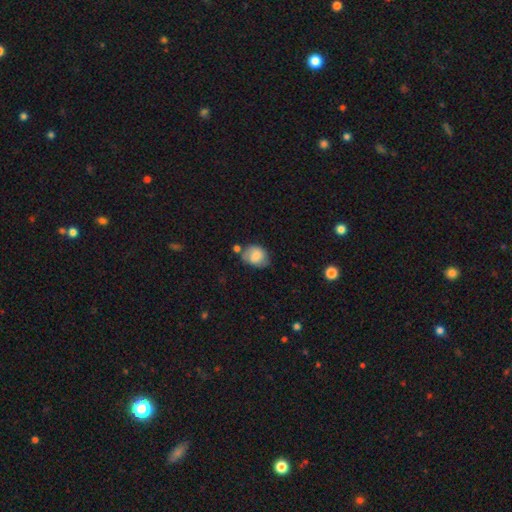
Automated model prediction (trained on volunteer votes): A smooth galaxy with no disk features (69%) that is in between round and cigar-shaped (57%).

Vote fractions:
- Smooth or featured? smooth: 69% / featured or disk: 23% / star or artifact: 8%
- How rounded? in between: 57% / round: 42% / cigar-shaped: 1%
- Merging? none: 51% / minor disturbance: 29% / merger: 11% / major disturbance: 10%